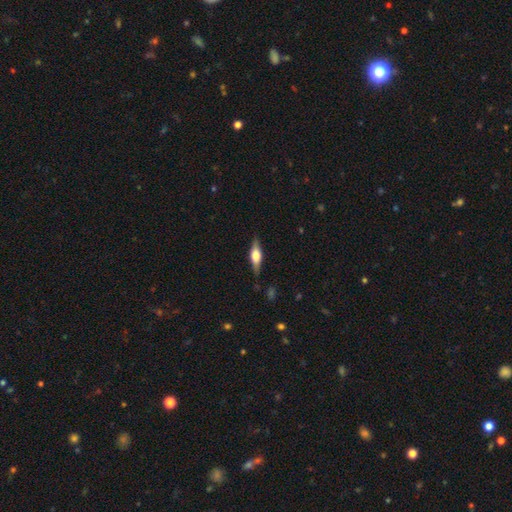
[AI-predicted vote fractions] Smooth or featured: featured or disk — 56% (smooth — 37%)
Edge-on disk: yes — 94% (no — 6%)
Edge-on bulge: rounded — 84% (boxy — 14%)
Merging: none — 83% (minor disturbance — 12%)